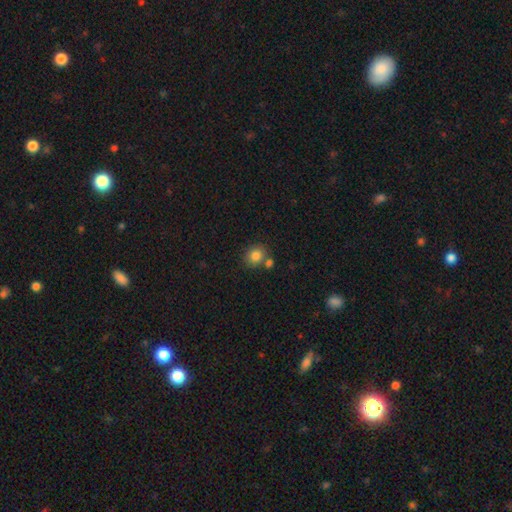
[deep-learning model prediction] smooth_or_featured: smooth (p=0.83) [alt: star or artifact p=0.10]
how_rounded: round (p=0.71) [alt: in between p=0.28]
merging: none (p=0.65) [alt: merger p=0.20]